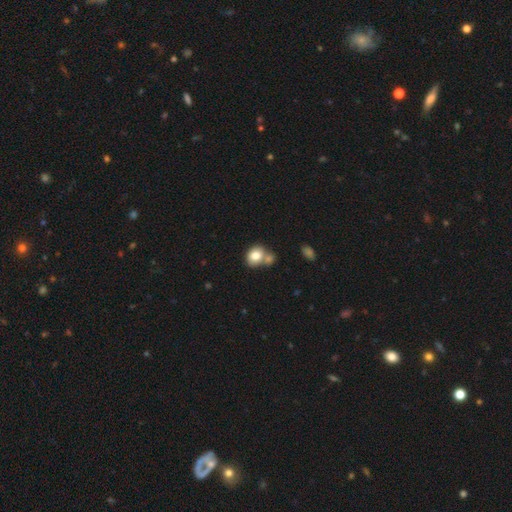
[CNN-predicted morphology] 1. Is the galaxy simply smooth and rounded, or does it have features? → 79% smooth, 12% featured or disk, 9% star or artifact.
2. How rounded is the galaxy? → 52% round, 47% in between, 1% cigar-shaped.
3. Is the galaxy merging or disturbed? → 42% none, 41% merger, 12% minor disturbance, 5% major disturbance.